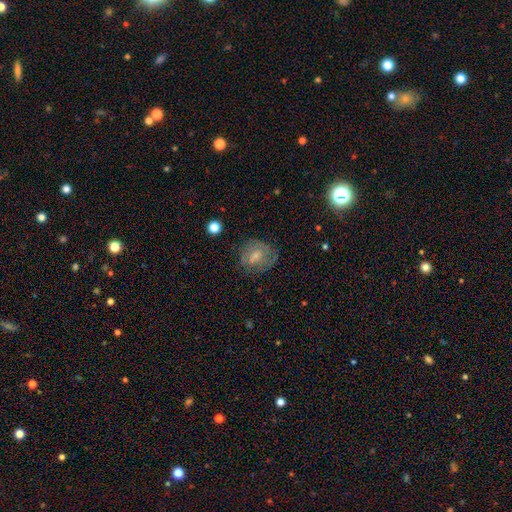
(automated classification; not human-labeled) This is possibly a smooth galaxy (49%). Merging: likely none (62%).